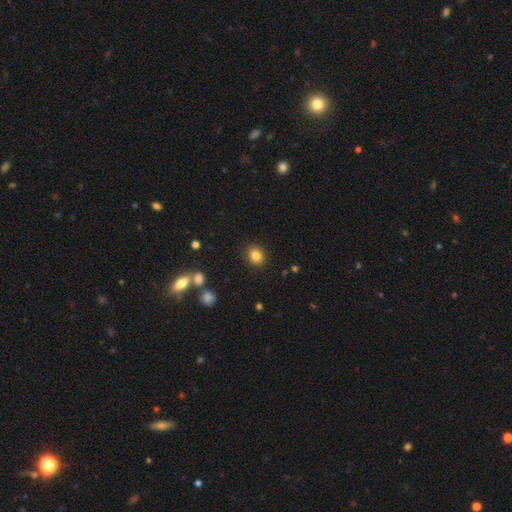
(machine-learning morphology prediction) A smooth galaxy with no disk features (84%) that is round (76%). Merging: none (89%).